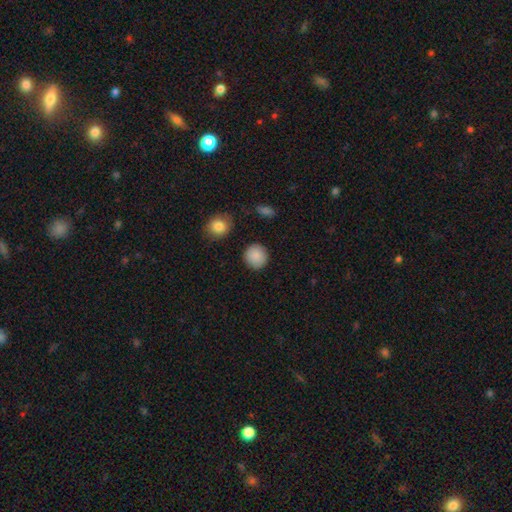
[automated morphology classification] Smooth or featured?
  - smooth: 88% *
  - star or artifact: 8%
  - featured or disk: 4%
How rounded?
  - round: 92% *
  - in between: 7%
  - cigar-shaped: 1%
Merging?
  - none: 89% *
  - minor disturbance: 7%
  - major disturbance: 2%
  - merger: 2%